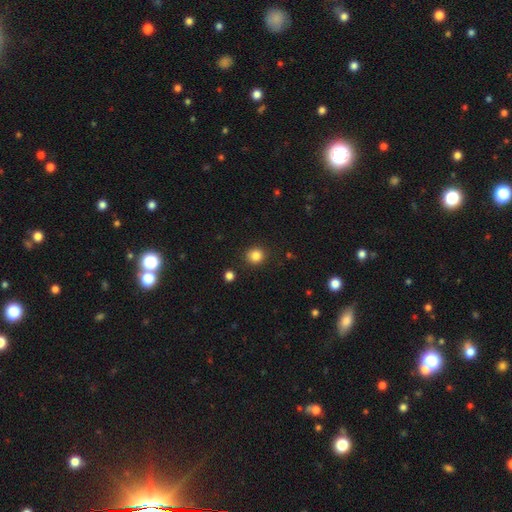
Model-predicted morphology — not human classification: smooth 84%, star or artifact 11%, featured or disk 5%. Down the decision tree: how rounded — round (86%); merging — none (89%).